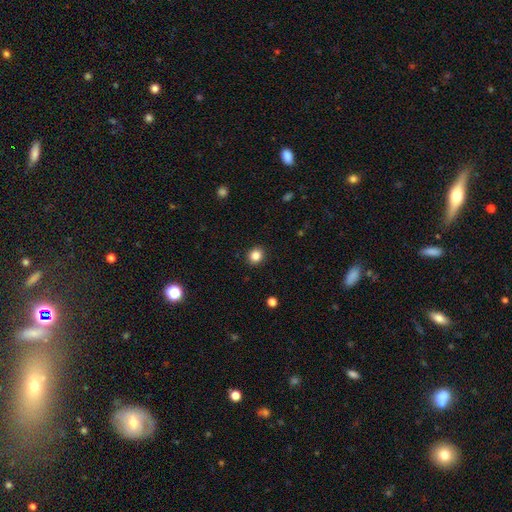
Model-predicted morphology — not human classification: Smooth or featured? smooth (84%)
How rounded? round (81%)
Merging? none (91%)